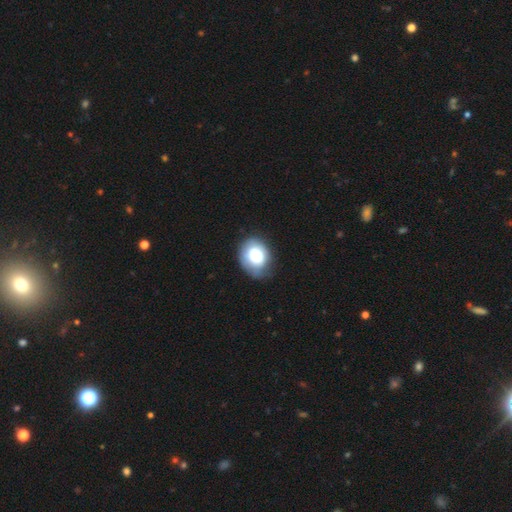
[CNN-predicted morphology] type=smooth (78%); roundness=round (55%); merging=none (64%).